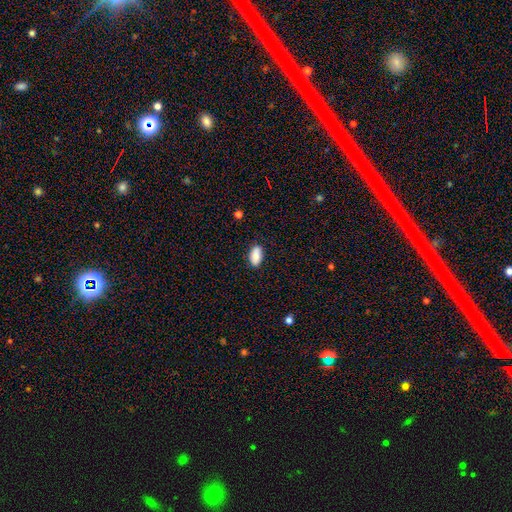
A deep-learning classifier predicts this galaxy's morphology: This is clearly a smooth galaxy (87%). How rounded: clearly in between (93%). Merging: clearly none (83%).